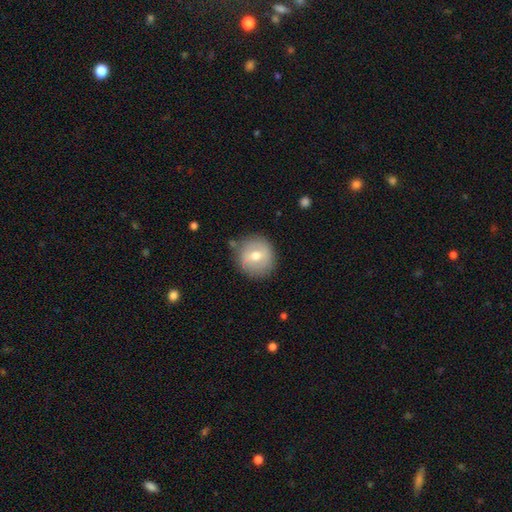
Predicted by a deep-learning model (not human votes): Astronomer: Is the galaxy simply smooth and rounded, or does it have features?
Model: smooth — 60%.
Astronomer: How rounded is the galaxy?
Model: round — 90%.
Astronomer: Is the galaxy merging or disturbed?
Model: none — 81%.